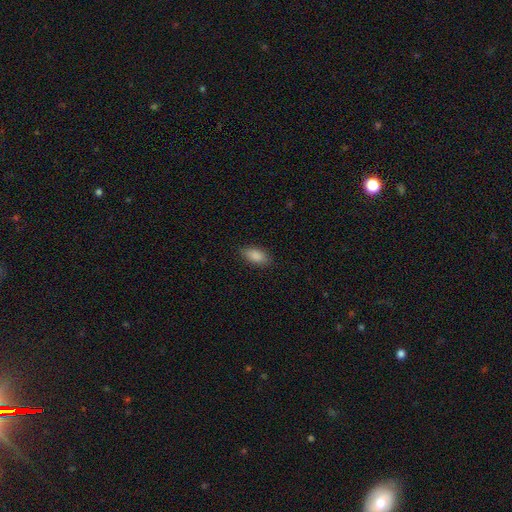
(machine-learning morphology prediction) This is clearly a smooth galaxy (88%). How rounded: clearly in between (90%). Merging: clearly none (85%).